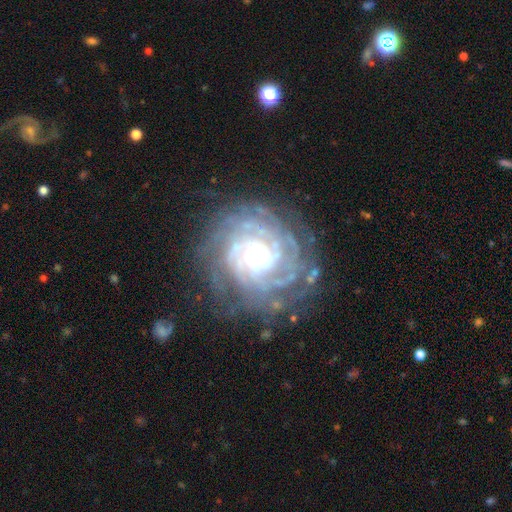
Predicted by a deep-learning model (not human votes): A featured or disk galaxy (89%) with no bar (61%), tight (78%) spiral arms (98%) and a small central bulge (52%).

Vote fractions:
- Smooth or featured? featured or disk: 89% / star or artifact: 6% / smooth: 5%
- Edge-on disk? no: 98% / yes: 2%
- Bar? no: 61% / weak: 29% / strong: 10%
- Spiral arms? yes: 98% / no: 2%
- Spiral winding? tight: 78% / medium: 18% / loose: 3%
- Spiral arm count? can't tell: 26% / 4: 22% / more than 4: 21% / 3: 14% / 2: 10% / 1: 7%
- Bulge size? small: 52% / moderate: 37% / large: 7% / none: 4% / dominant: 1%
- Merging? none: 75% / minor disturbance: 16% / major disturbance: 7% / merger: 2%